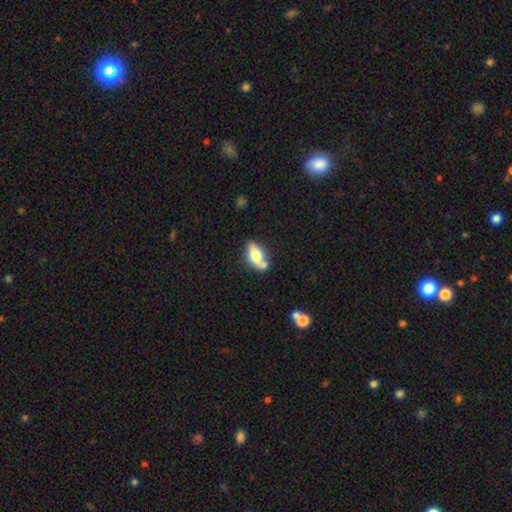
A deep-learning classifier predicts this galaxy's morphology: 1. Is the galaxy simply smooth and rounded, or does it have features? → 57% smooth, 35% featured or disk, 8% star or artifact.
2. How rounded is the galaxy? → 78% in between, 15% cigar-shaped, 6% round.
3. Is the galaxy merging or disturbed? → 51% none, 24% merger, 19% minor disturbance, 6% major disturbance.